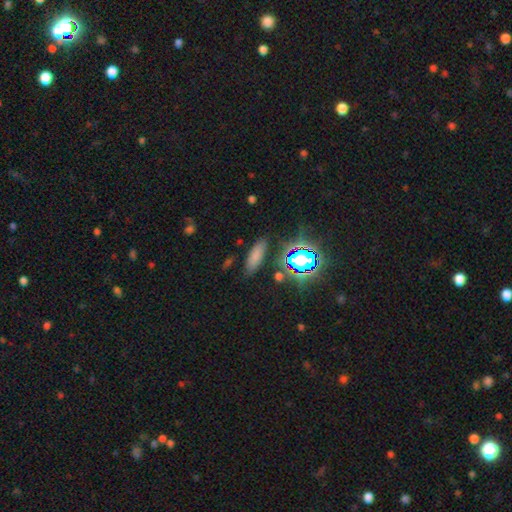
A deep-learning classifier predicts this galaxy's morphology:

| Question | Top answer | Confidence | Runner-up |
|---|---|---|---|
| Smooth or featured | smooth | 71% | star or artifact (19%) |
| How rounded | in between | 59% | cigar-shaped (37%) |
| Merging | none | 82% | minor disturbance (11%) |